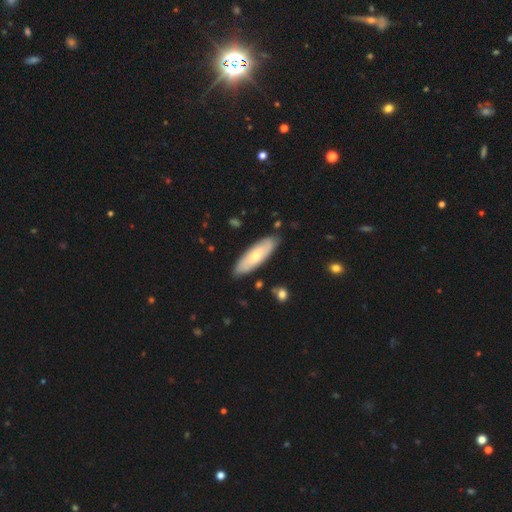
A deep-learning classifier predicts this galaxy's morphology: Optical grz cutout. It shows a smooth galaxy with no disk features (56%) that is in between round and cigar-shaped (57%). Merging: none (85%).